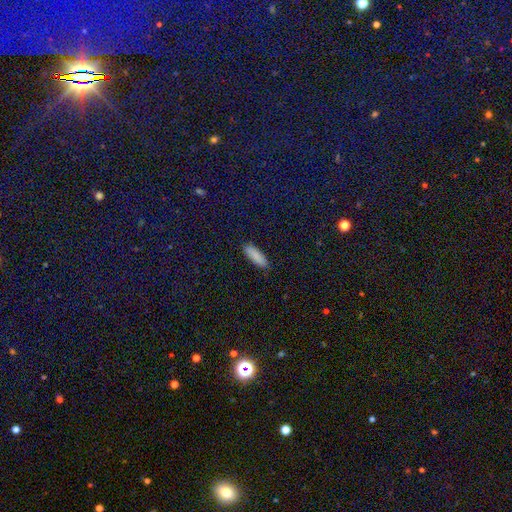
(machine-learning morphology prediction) type=smooth (88%); roundness=in between (51%); merging=none (88%).